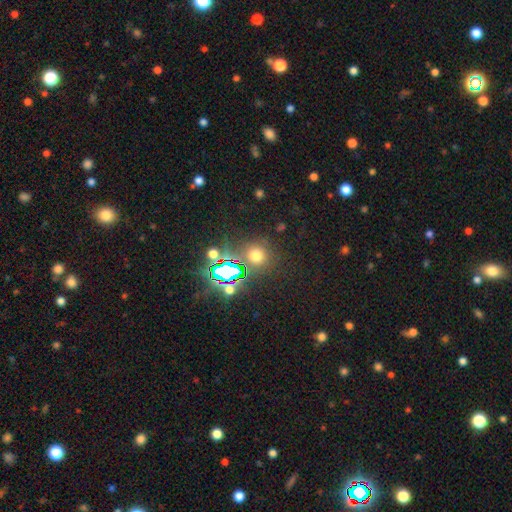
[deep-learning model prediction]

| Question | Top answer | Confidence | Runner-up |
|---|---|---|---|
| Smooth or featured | smooth | 55% | star or artifact (37%) |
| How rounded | round | 89% | in between (10%) |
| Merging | none | 79% | minor disturbance (9%) |